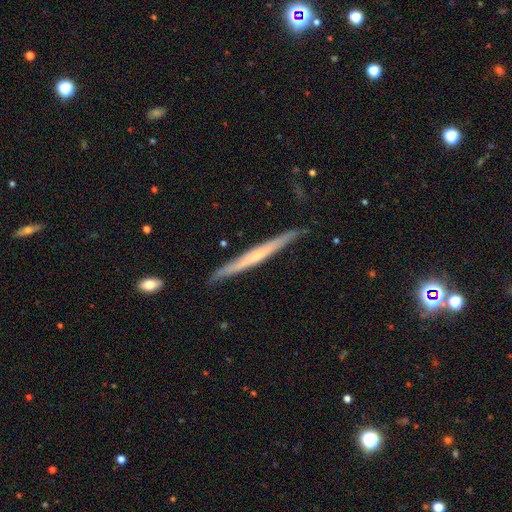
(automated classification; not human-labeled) Smooth or featured?
  - featured or disk: 63% *
  - smooth: 32%
  - star or artifact: 5%
Edge-on disk?
  - yes: 96% *
  - no: 4%
Edge-on bulge?
  - none: 60% *
  - rounded: 35%
  - boxy: 5%
Merging?
  - none: 86% *
  - minor disturbance: 11%
  - major disturbance: 2%
  - merger: 1%